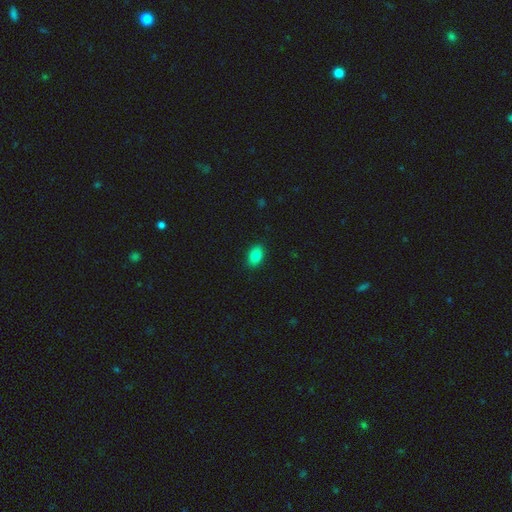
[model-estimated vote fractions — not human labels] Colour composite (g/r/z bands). It shows a smooth galaxy with no disk features (83%) that is in between round and cigar-shaped (85%). Merging: none (89%).